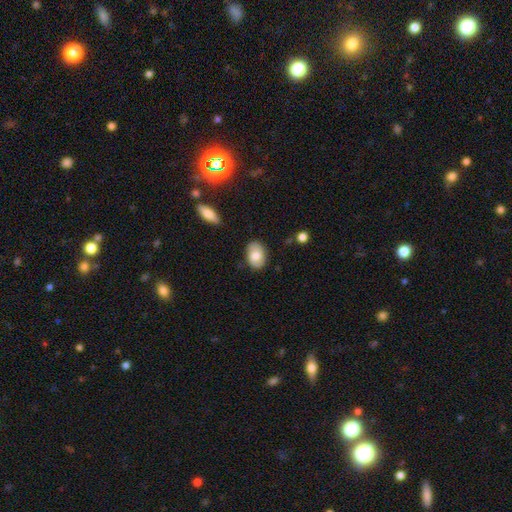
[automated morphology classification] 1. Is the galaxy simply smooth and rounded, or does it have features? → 73% smooth, 21% featured or disk, 7% star or artifact.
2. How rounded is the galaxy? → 85% in between, 13% round, 1% cigar-shaped.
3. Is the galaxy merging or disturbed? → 81% none, 15% minor disturbance, 3% major disturbance, 2% merger.